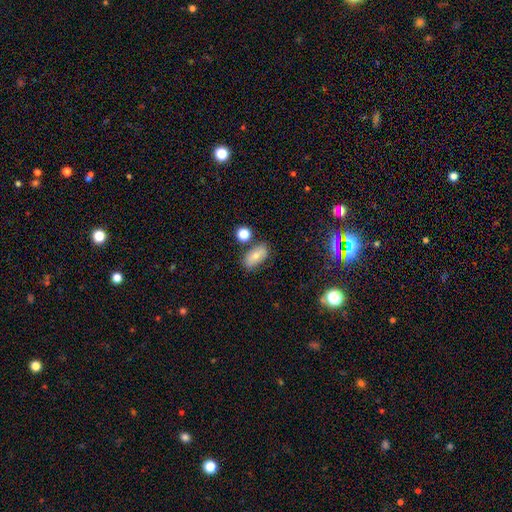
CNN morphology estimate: smooth_or_featured: smooth (p=0.69) [alt: featured or disk p=0.21]
how_rounded: in between (p=0.88) [alt: round p=0.09]
merging: none (p=0.72) [alt: minor disturbance p=0.15]